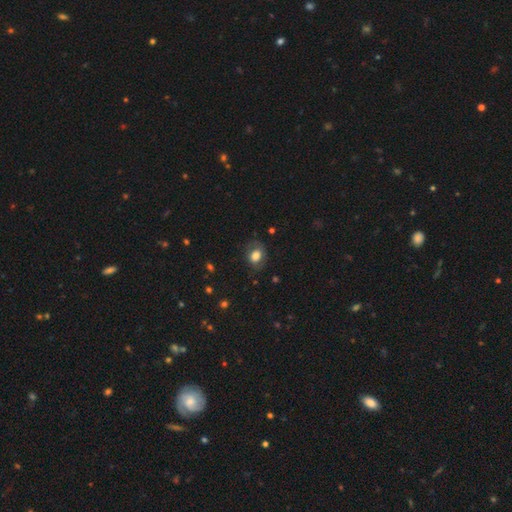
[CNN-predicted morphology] Q: Smooth or featured?
A: smooth (73%); runner-up: featured or disk (18%)
Q: How rounded?
A: in between (58%); runner-up: round (41%)
Q: Merging?
A: none (72%); runner-up: minor disturbance (19%)